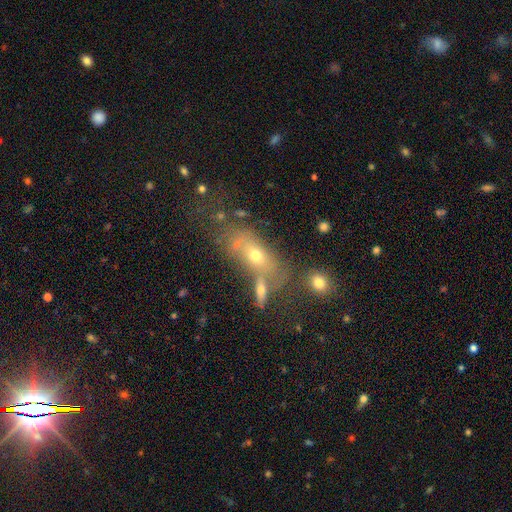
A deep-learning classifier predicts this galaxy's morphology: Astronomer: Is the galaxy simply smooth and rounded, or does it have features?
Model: smooth — 57%.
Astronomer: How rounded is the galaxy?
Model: in between — 72%.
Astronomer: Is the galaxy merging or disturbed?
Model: none — 40% (runner-up: merger, 35%).